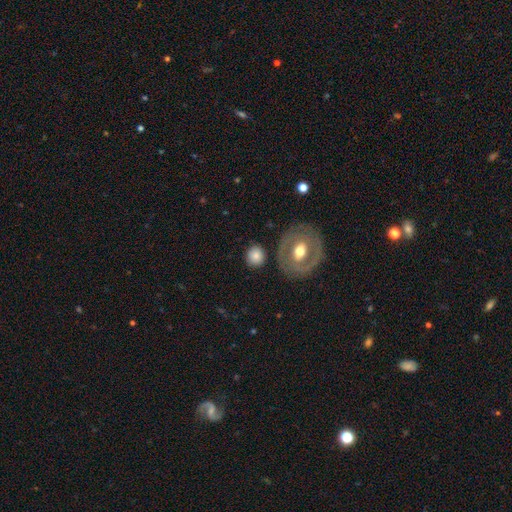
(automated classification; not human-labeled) Overall: smooth (79%). How rounded: round (82%). Merging: none (83%).